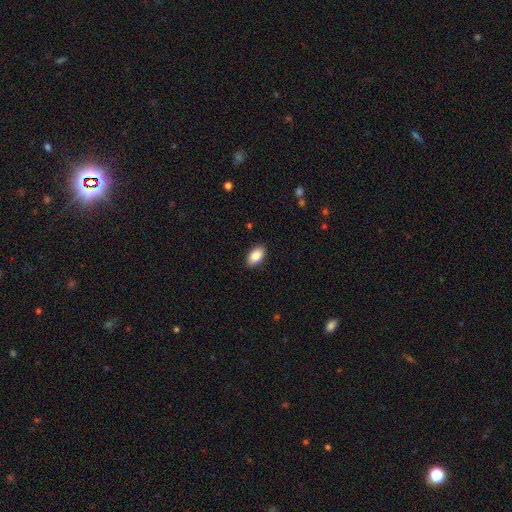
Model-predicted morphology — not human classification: smooth-or-featured: smooth: 87% | star or artifact: 7% | featured or disk: 6%
  how-rounded: in between: 93% | round: 4% | cigar-shaped: 2%
  merging: none: 88% | minor disturbance: 9% | major disturbance: 2% | merger: 1%